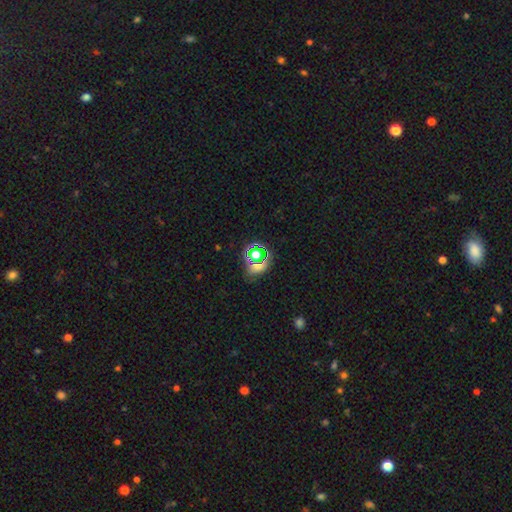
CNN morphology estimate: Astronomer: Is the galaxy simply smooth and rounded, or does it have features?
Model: star or artifact — 49% (runner-up: smooth, 41%).